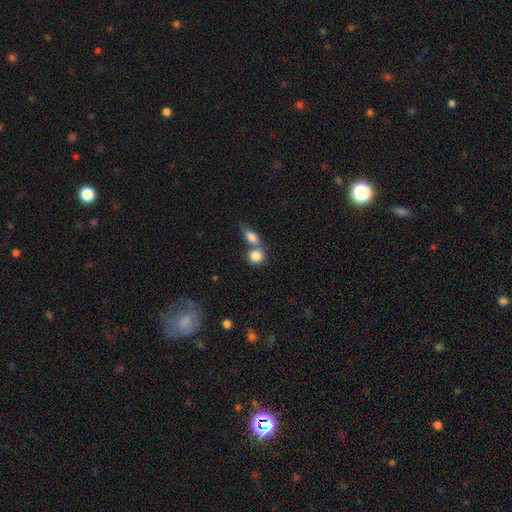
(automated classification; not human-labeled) A smooth galaxy with no disk features (84%) that is round (64%).

Vote fractions:
- Smooth or featured? smooth: 84% / featured or disk: 8% / star or artifact: 8%
- How rounded? round: 64% / in between: 34% / cigar-shaped: 2%
- Merging? merger: 53% / none: 35% / minor disturbance: 8% / major disturbance: 4%